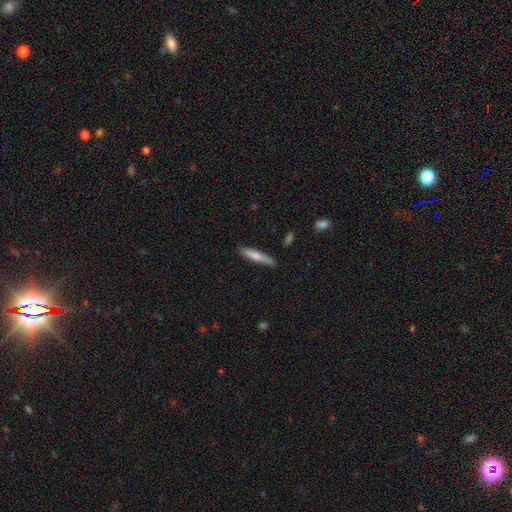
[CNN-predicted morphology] smooth 72%, featured or disk 23%, star or artifact 6%. Down the decision tree: how rounded — cigar-shaped (87%); merging — none (82%).